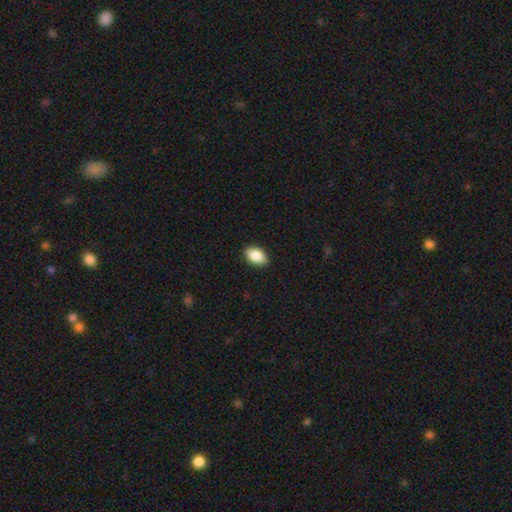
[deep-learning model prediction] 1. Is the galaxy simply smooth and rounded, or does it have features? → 86% smooth, 7% star or artifact, 7% featured or disk.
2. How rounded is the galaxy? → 90% in between, 8% round, 2% cigar-shaped.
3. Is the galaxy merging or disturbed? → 88% none, 9% minor disturbance, 2% major disturbance, 1% merger.